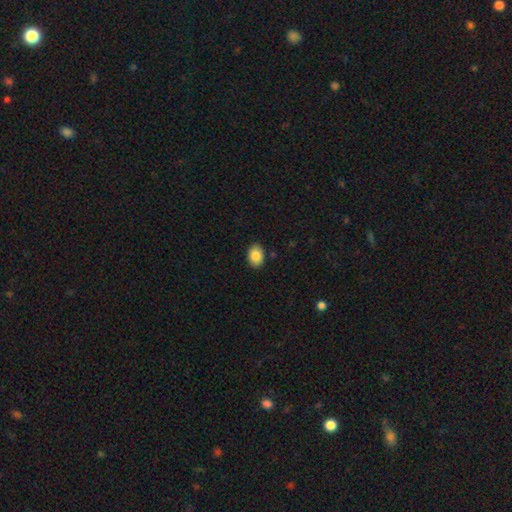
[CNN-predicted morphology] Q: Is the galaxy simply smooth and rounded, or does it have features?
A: smooth — 86%.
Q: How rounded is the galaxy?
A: in between — 76%.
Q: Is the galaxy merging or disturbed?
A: none — 89%.